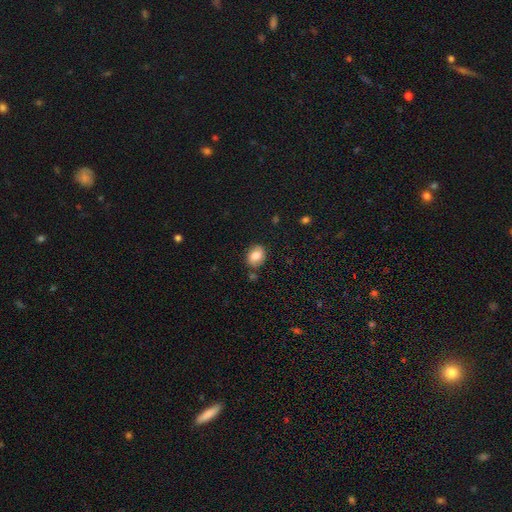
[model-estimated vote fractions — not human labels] Q: Smooth or featured?
A: smooth (72%); runner-up: featured or disk (19%)
Q: How rounded?
A: in between (51%); runner-up: round (48%)
Q: Merging?
A: none (80%); runner-up: minor disturbance (14%)